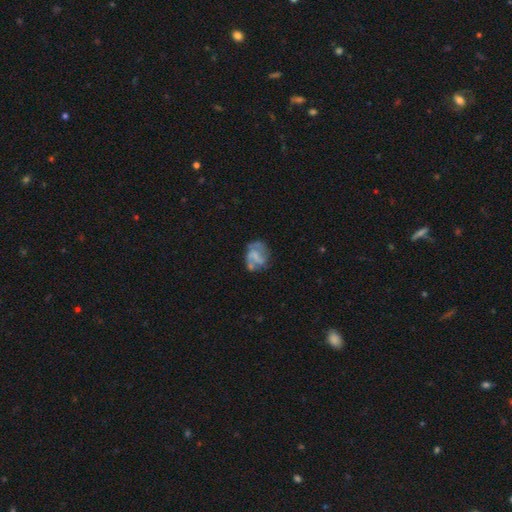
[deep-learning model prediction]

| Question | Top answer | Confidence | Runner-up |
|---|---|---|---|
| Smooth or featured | featured or disk | 66% | smooth (25%) |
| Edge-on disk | no | 98% | yes (2%) |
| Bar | no | 46% | weak (40%) |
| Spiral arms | yes | 75% | no (25%) |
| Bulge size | none | 53% | small (27%) |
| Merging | none | 51% | minor disturbance (24%) |